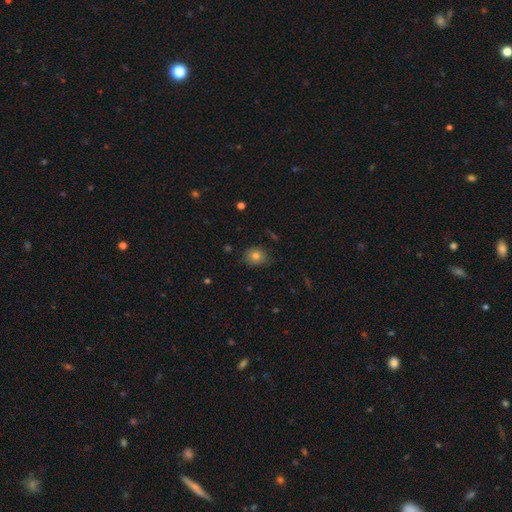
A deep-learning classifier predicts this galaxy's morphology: smooth 80%, star or artifact 11%, featured or disk 9%. Down the decision tree: how rounded — round (69%); merging — none (79%).